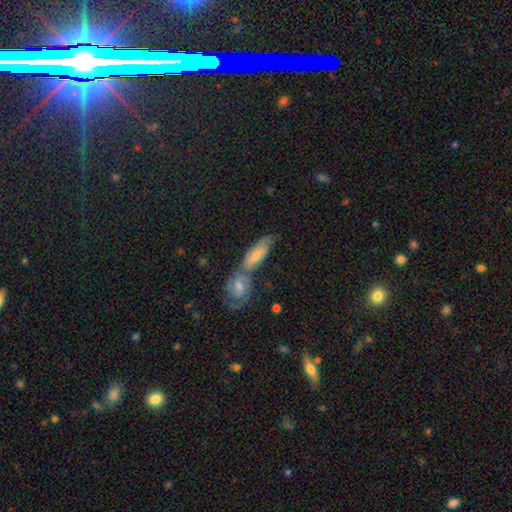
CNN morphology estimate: The model was most divided on "merging": merger: 44%, none: 38%, minor disturbance: 13%, major disturbance: 5%. More confident: edge-on disk — no (79%); smooth or featured — featured or disk (54%).